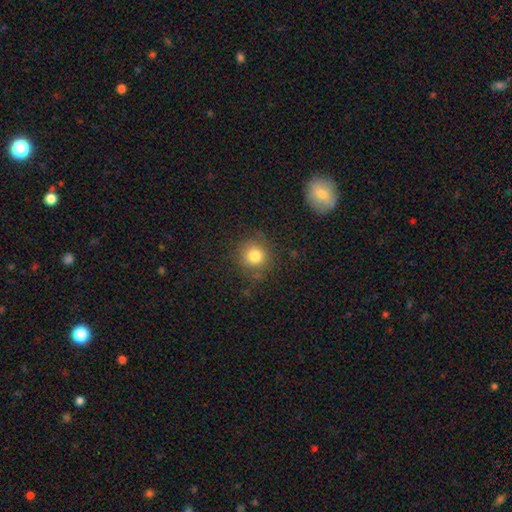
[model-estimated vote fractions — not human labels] Smooth or featured?
  - smooth: 80% *
  - star or artifact: 12%
  - featured or disk: 8%
How rounded?
  - round: 91% *
  - in between: 8%
  - cigar-shaped: 1%
Merging?
  - none: 82% *
  - minor disturbance: 12%
  - major disturbance: 4%
  - merger: 2%